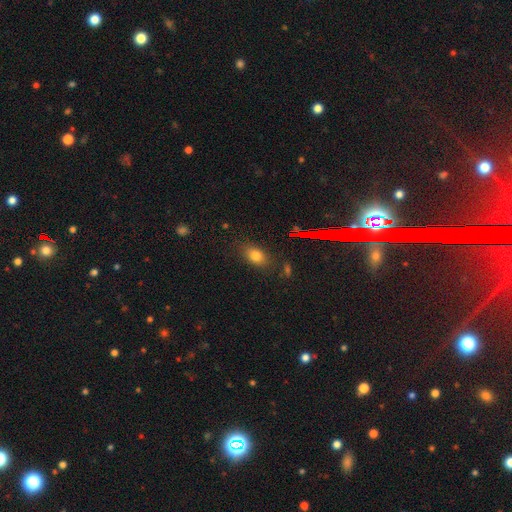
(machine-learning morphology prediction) The model was most divided on "how rounded": in between: 75%, round: 22%, cigar-shaped: 3%. More confident: merging — none (79%); smooth or featured — smooth (75%).